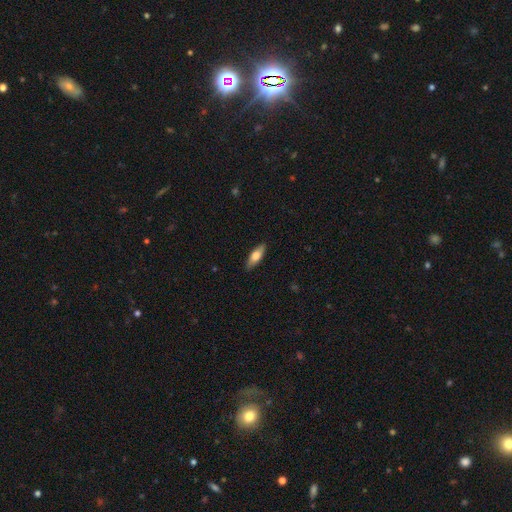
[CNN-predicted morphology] smooth 69%, featured or disk 25%, star or artifact 6%. Down the decision tree: how rounded — in between (60%); merging — none (88%).